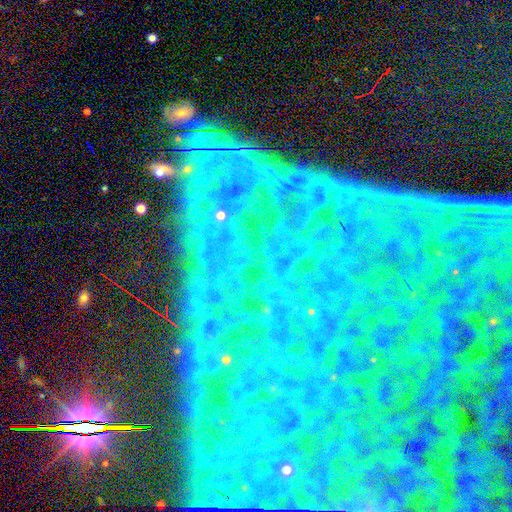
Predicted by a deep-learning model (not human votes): Smooth or featured?
  - star or artifact: 85% *
  - featured or disk: 8%
  - smooth: 7%